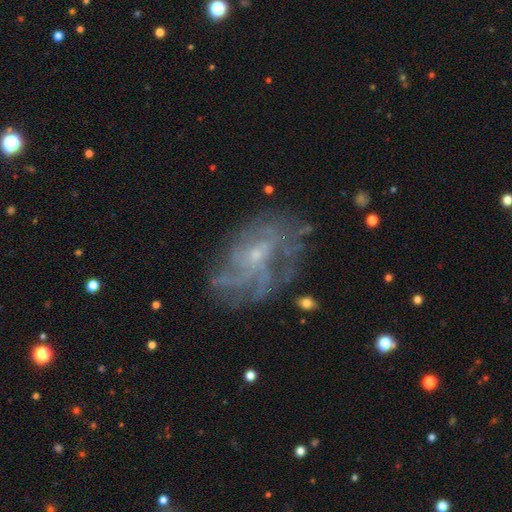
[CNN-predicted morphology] This is likely a featured or disk galaxy (79%). It is clearly not viewed edge-on (97%). Bar: likely no (70%). Spiral arm pattern: clearly yes (87%). Spiral arm count: marginally can't tell (38%). Spiral winding: marginally medium (39%). Central bulge: likely small (79%). Merging: likely none (63%).